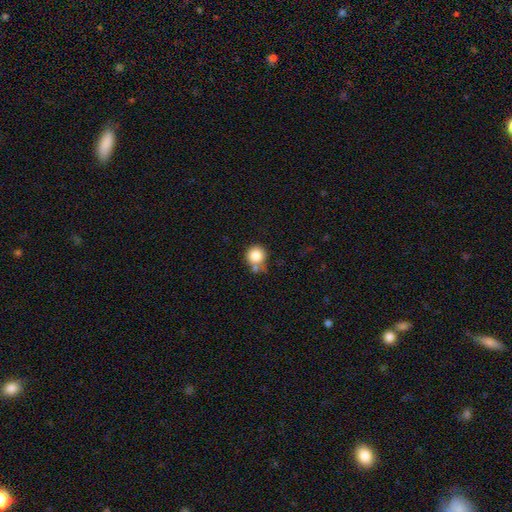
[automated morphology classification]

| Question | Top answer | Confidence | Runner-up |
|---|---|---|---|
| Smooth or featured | smooth | 83% | star or artifact (9%) |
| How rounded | round | 91% | in between (8%) |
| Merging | none | 57% | merger (19%) |